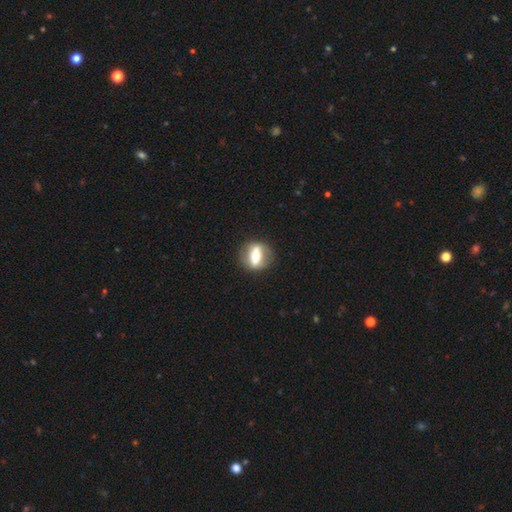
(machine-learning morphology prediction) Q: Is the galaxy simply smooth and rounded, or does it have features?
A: featured or disk — 51%.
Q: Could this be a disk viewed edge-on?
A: no — 71%.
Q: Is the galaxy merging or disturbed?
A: none — 80%.